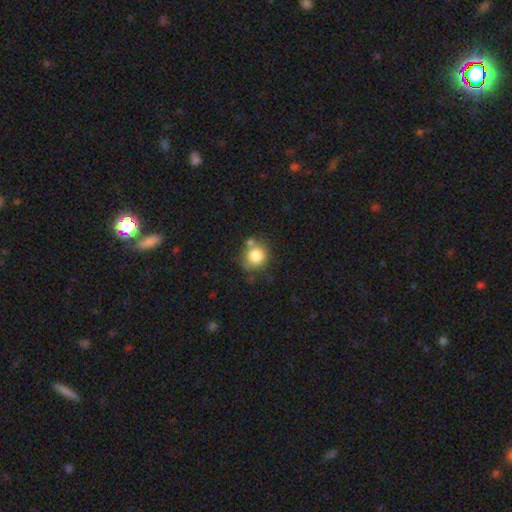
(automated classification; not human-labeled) This appears to be a smooth galaxy with no disk features (81%) that is round (82%). Merging: none (60%).